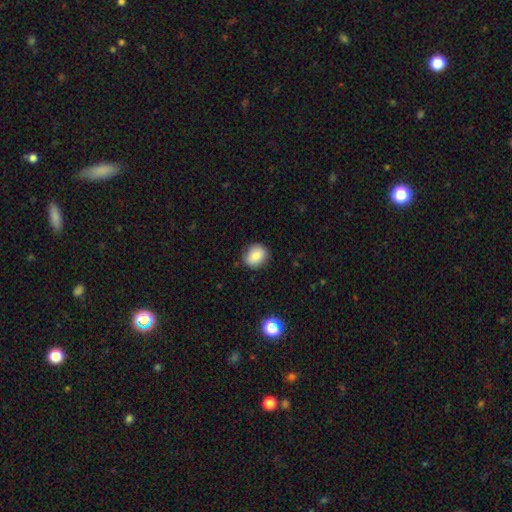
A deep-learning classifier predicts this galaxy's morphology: Q: Smooth or featured?
A: smooth (84%); runner-up: star or artifact (9%)
Q: How rounded?
A: round (64%); runner-up: in between (35%)
Q: Merging?
A: none (84%); runner-up: minor disturbance (13%)